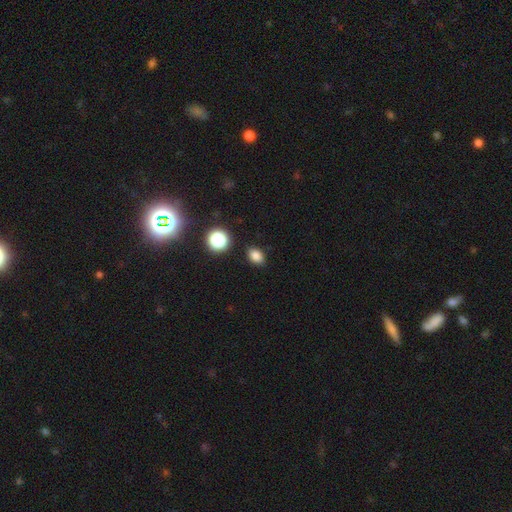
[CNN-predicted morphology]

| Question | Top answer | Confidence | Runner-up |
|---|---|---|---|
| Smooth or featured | smooth | 82% | star or artifact (14%) |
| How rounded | in between | 74% | round (25%) |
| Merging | none | 87% | minor disturbance (9%) |